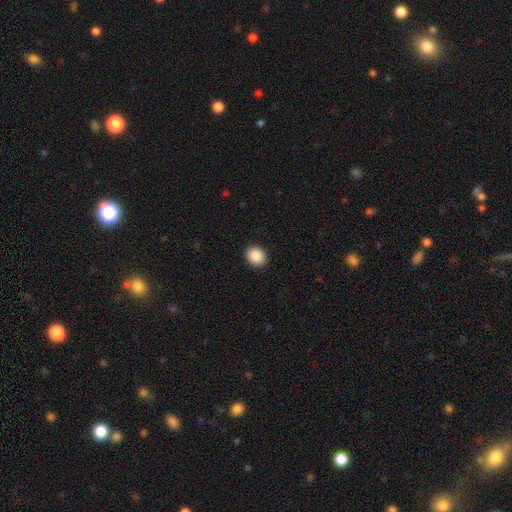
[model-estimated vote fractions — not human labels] Overall: smooth (89%). How rounded: round (62%; in between 37%). Merging: none (91%).